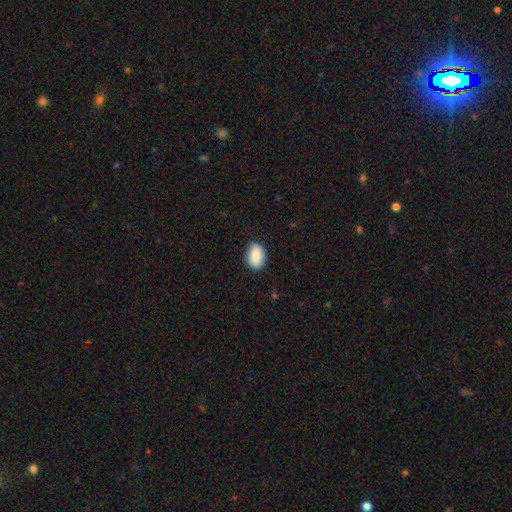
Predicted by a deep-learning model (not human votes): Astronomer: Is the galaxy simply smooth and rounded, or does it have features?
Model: smooth — 87%.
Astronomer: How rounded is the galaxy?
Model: in between — 80%.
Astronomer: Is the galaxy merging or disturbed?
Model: none — 85%.